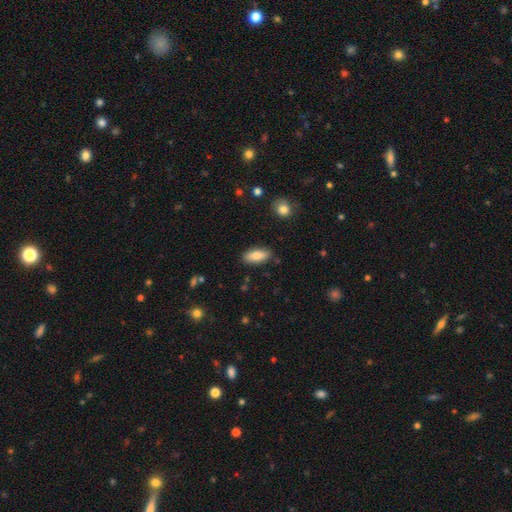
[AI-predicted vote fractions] Morphology: type=smooth (80%); roundness=in between (80%); merging=none (85%).